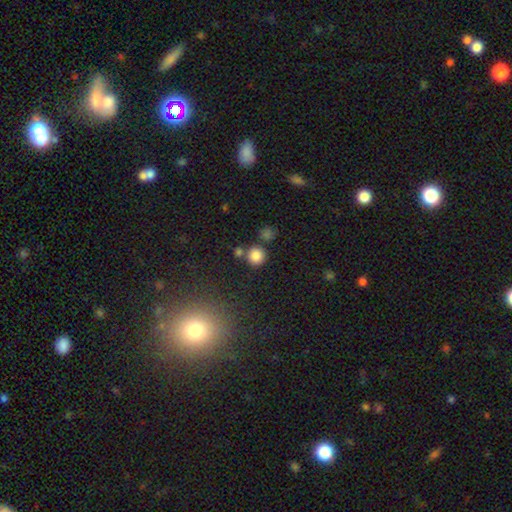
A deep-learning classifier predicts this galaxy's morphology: Overall: smooth (84%). How rounded: round (93%). Merging: none (77%).